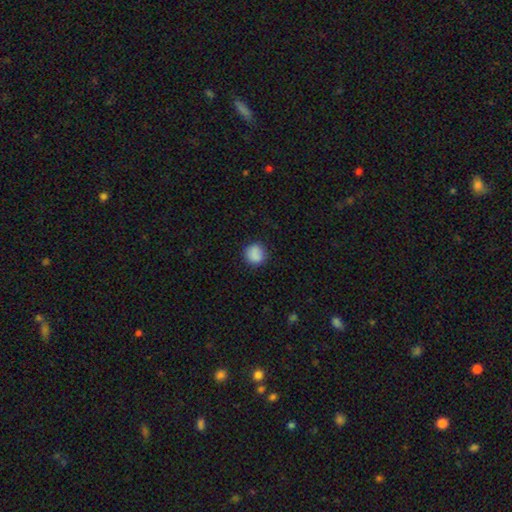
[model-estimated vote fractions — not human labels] Morphology: type=smooth (86%); roundness=round (86%); merging=none (83%).